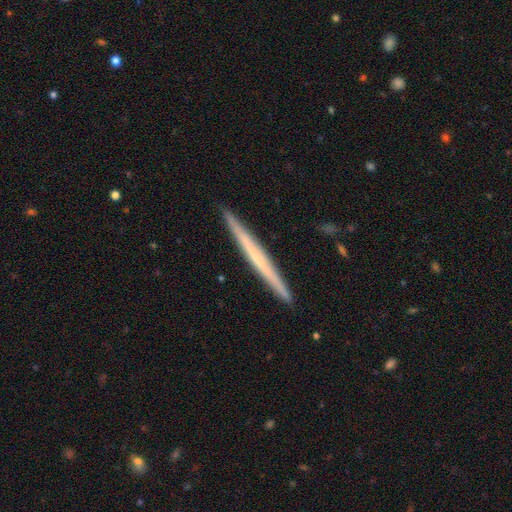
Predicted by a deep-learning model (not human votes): This is possibly a featured or disk galaxy (54%). It is clearly viewed edge-on (98%). Edge-on bulge: clearly none (85%). Merging: clearly none (93%).